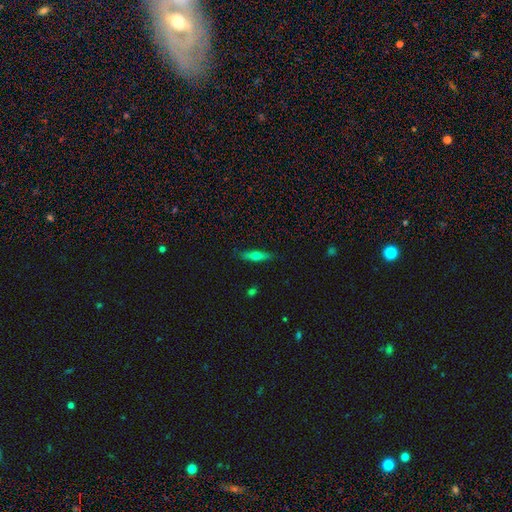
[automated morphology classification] Smooth or featured? smooth (54%)
How rounded? cigar-shaped (75%)
Merging? none (87%)